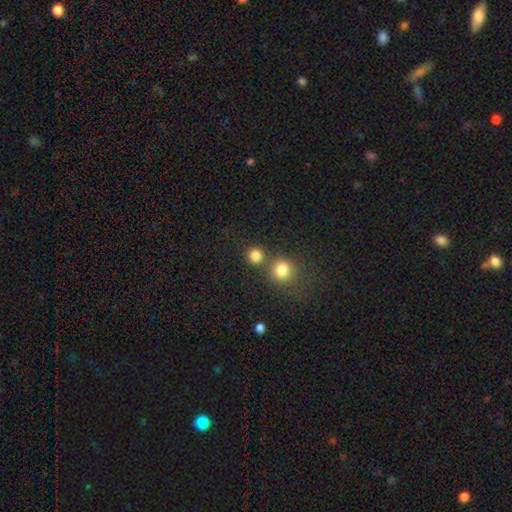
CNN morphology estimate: Overall: smooth (82%). How rounded: round (91%). Merging: none (70%).